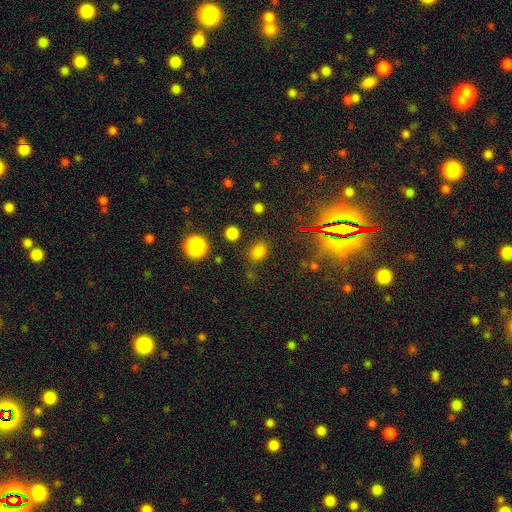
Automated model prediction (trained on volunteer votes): Smooth or featured?
  - smooth: 59% *
  - star or artifact: 36%
  - featured or disk: 6%
How rounded?
  - in between: 49% * (tied)
  - round: 49% * (tied)
  - cigar-shaped: 2%
Merging?
  - none: 83% *
  - minor disturbance: 10%
  - major disturbance: 4%
  - merger: 3%